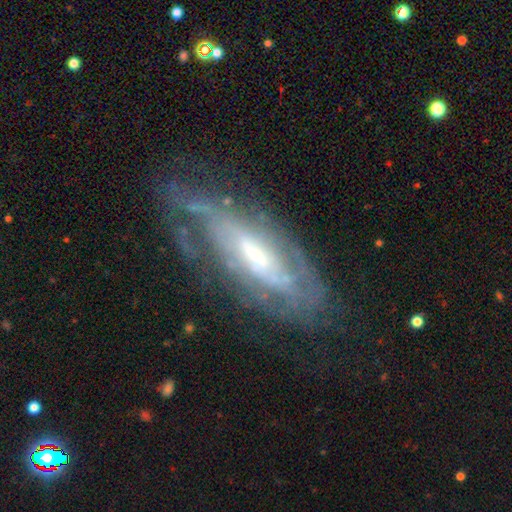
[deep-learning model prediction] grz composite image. It shows a featured or disk galaxy (79%) with a weak bar (41%), tight (55%) spiral arms (83%) and a moderate central bulge (46%). Merging: none (59%).